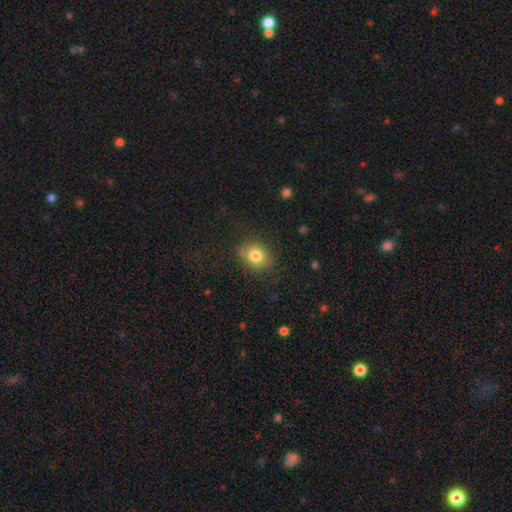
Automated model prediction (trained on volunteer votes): Morphology: type=smooth (80%); roundness=round (61%); merging=none (79%).